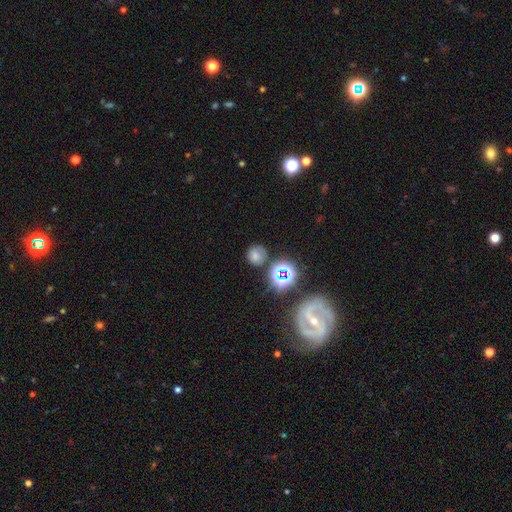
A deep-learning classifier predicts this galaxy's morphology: A smooth galaxy with no disk features (66%) that is round (85%). Merging: none (78%).